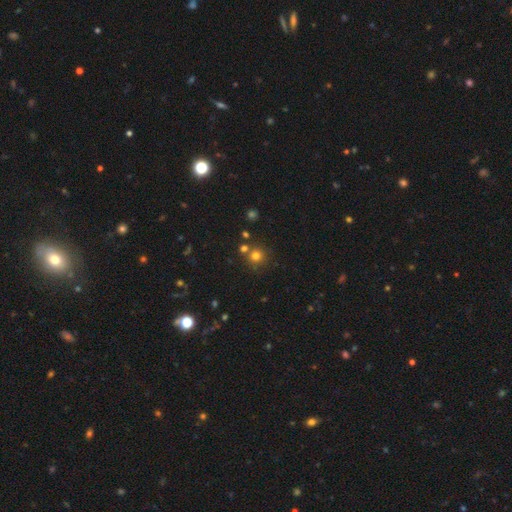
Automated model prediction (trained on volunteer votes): The model was most divided on "smooth or featured": smooth: 75%, star or artifact: 18%, featured or disk: 7%. More confident: how rounded — round (93%); merging — none (75%).